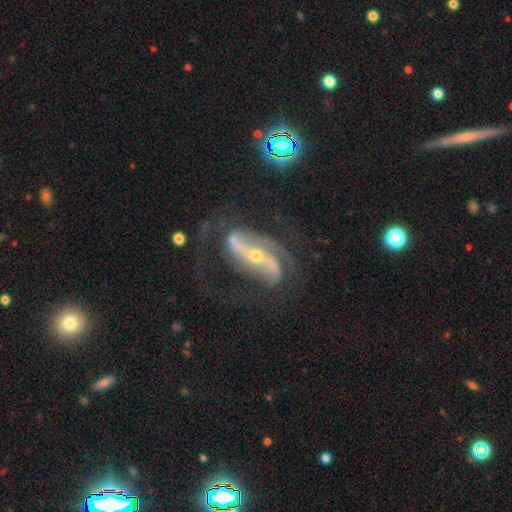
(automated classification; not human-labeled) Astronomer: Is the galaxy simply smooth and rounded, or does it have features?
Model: featured or disk — 88%.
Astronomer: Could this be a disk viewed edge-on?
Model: no — 93%.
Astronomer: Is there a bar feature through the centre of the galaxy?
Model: strong — 61%.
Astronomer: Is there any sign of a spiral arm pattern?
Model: yes — 96%.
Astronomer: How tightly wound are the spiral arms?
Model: medium — 44% (runner-up: loose, 39%).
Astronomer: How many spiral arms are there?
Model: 2 — 83%.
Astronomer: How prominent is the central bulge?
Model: small — 59% (runner-up: moderate, 37%).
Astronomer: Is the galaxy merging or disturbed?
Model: none — 56%.